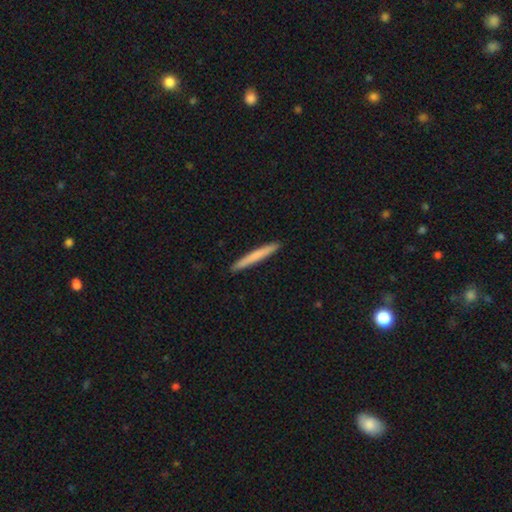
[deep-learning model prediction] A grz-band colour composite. It shows a smooth galaxy with no disk features (70%) that is cigar-shaped (97%). Merging: none (93%).